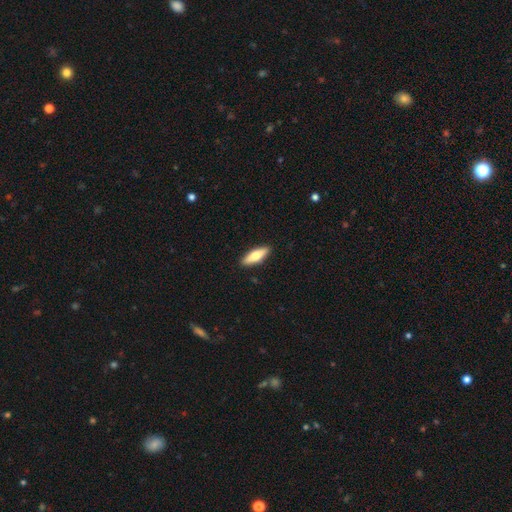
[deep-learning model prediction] A smooth galaxy with no disk features (63%) that is in between round and cigar-shaped (49%, tied with cigar-shaped).

Vote fractions:
- Smooth or featured? smooth: 63% / featured or disk: 32% / star or artifact: 6%
- How rounded? in between: 49% (tied) / cigar-shaped: 49% (tied) / round: 2%
- Merging? none: 90% / minor disturbance: 7% / major disturbance: 2% / merger: 1%